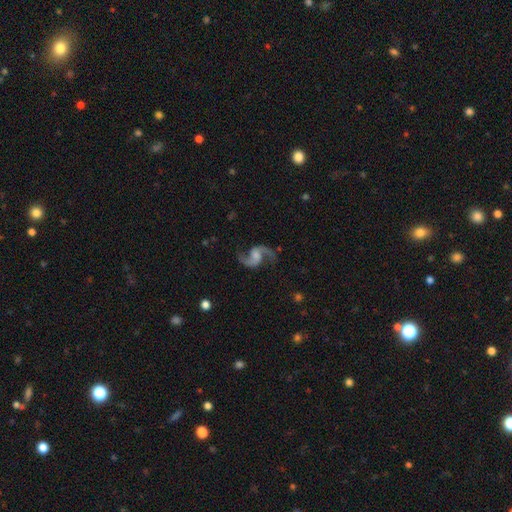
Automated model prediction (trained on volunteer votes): smooth-or-featured: featured or disk: 91% | star or artifact: 5% | smooth: 4%
  disk-edge-on: no: 98% | yes: 2%
    bar: no: 51% | weak: 38% | strong: 11%
    has-spiral-arms: yes: 98% | no: 2%
      spiral-winding: loose: 70% | medium: 26% | tight: 4%
      spiral-arm-count: 2: 95% | 1: 1% | can't tell: 1% | 3: 1% | 4: 1% | more than 4: 1%
    bulge-size: moderate: 32% | none: 28% | small: 27% | large: 11% | dominant: 2%
  merging: none: 80% | minor disturbance: 12% | major disturbance: 6% | merger: 2%